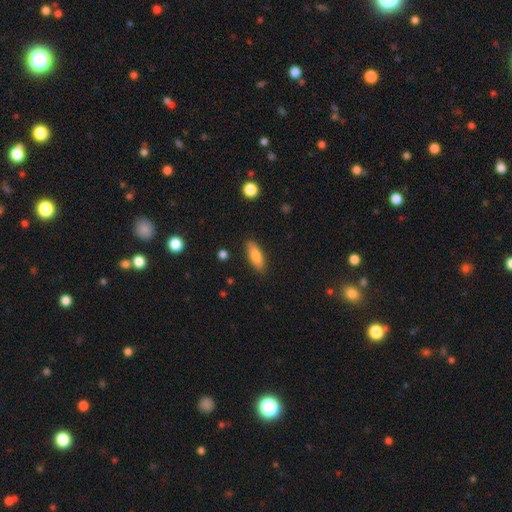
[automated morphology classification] Q: Smooth or featured?
A: smooth (81%); runner-up: featured or disk (12%)
Q: How rounded?
A: in between (61%); runner-up: cigar-shaped (37%)
Q: Merging?
A: none (86%); runner-up: minor disturbance (11%)